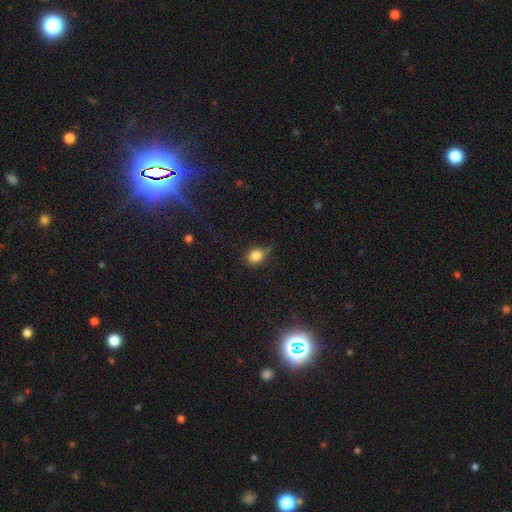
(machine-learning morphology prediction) type=smooth (83%); roundness=in between (55%); merging=none (61%).